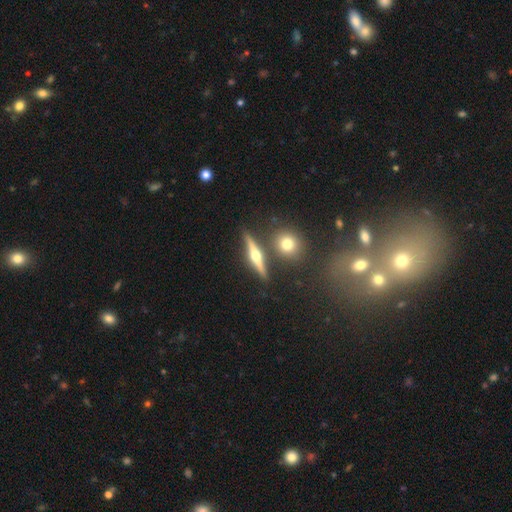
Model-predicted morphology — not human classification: featured or disk 75%, smooth 18%, star or artifact 7%. Down the decision tree: edge-on disk — yes (96%); edge-on bulge — rounded (96%); merging — none (84%).